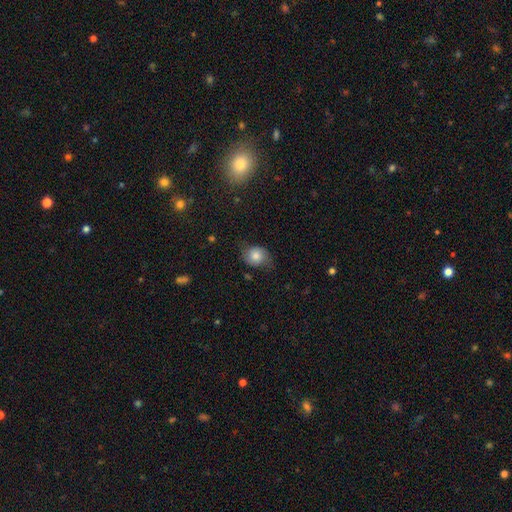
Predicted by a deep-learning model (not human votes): smooth_or_featured: smooth (p=0.70) [alt: featured or disk p=0.21]
how_rounded: round (p=0.58) [alt: in between p=0.40]
merging: none (p=0.58) [alt: minor disturbance p=0.30]